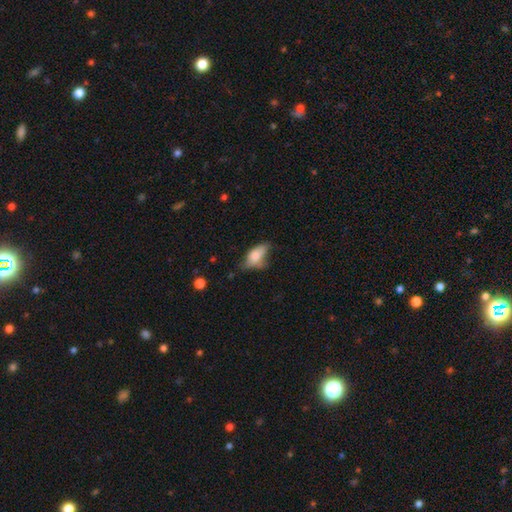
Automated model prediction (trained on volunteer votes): A smooth galaxy with no disk features (69%) that is in between round and cigar-shaped (85%).

Vote fractions:
- Smooth or featured? smooth: 69% / featured or disk: 22% / star or artifact: 9%
- How rounded? in between: 85% / cigar-shaped: 9% / round: 5%
- Merging? minor disturbance: 37% / none: 34% / major disturbance: 22% / merger: 6%